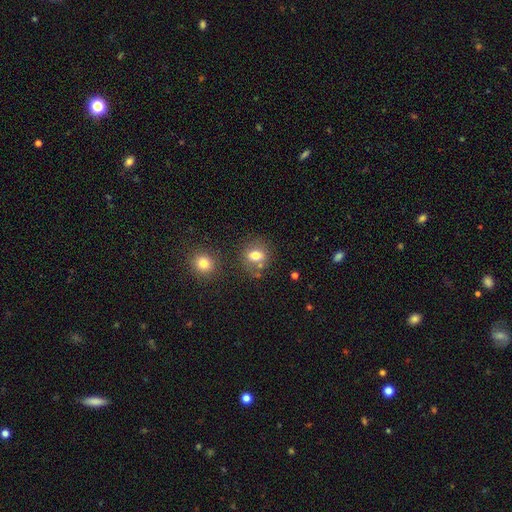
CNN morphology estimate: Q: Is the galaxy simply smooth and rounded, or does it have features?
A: smooth — 75%.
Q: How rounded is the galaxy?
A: round — 60%.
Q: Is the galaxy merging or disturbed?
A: none — 67%.